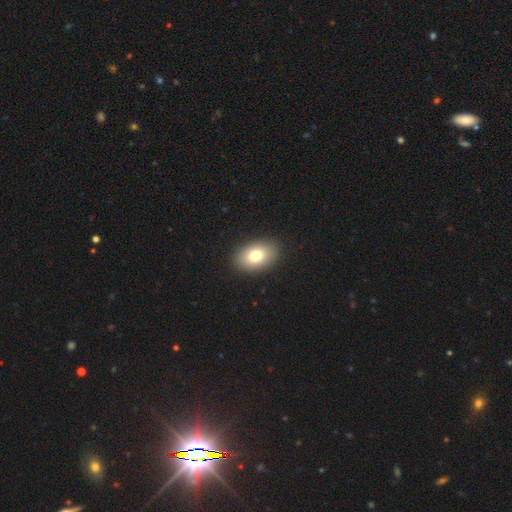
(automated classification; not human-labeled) This is likely a smooth galaxy (77%). How rounded: clearly in between (85%). Merging: clearly none (90%).